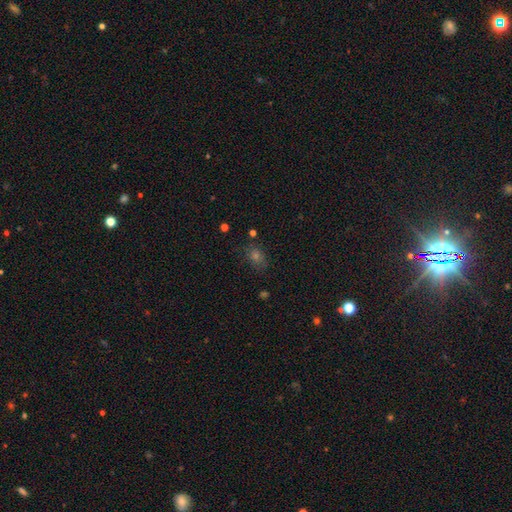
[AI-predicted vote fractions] smooth 55%, star or artifact 34%, featured or disk 12%. Down the decision tree: how rounded — in between (51%); merging — none (78%).